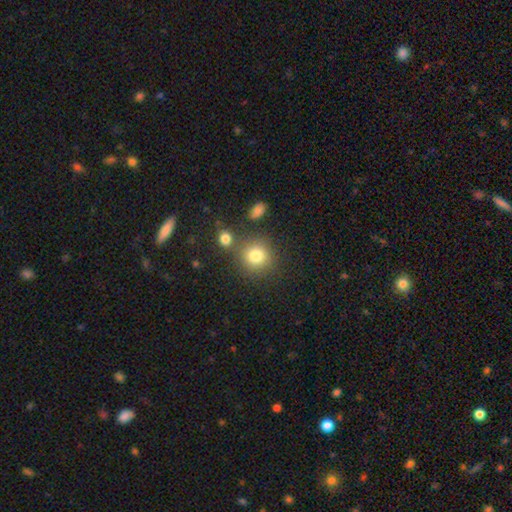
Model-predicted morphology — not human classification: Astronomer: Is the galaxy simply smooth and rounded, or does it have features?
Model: smooth — 81%.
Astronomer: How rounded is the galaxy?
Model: round — 88%.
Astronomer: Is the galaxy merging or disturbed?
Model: none — 74%.